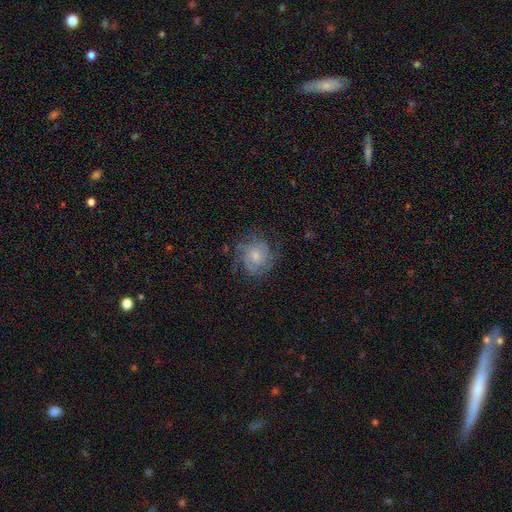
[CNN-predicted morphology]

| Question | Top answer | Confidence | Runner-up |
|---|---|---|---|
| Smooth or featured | featured or disk | 68% | smooth (24%) |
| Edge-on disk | no | 98% | yes (2%) |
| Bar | no | 73% | weak (24%) |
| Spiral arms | yes | 91% | no (9%) |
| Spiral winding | tight | 57% | medium (33%) |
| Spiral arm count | can't tell | 32% | 2 (31%) |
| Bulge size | small | 49% | moderate (36%) |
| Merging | none | 69% | minor disturbance (19%) |